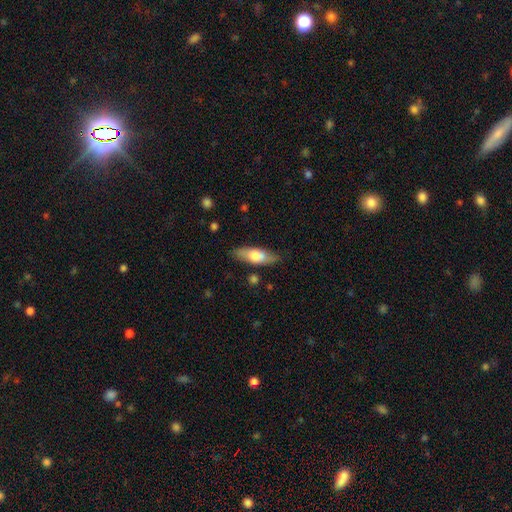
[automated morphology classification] Smooth or featured? smooth (66%)
How rounded? in between (59%)
Merging? none (80%)